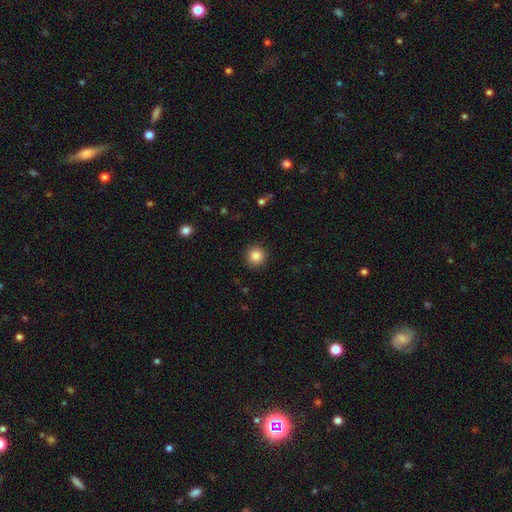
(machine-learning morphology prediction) This appears to be a smooth galaxy with no disk features (86%) that is round (94%). Merging: none (91%).